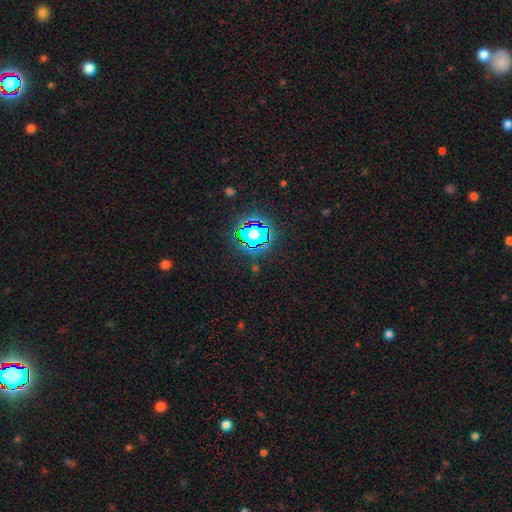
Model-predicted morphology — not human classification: star or artifact 82%, smooth 11%, featured or disk 7%.